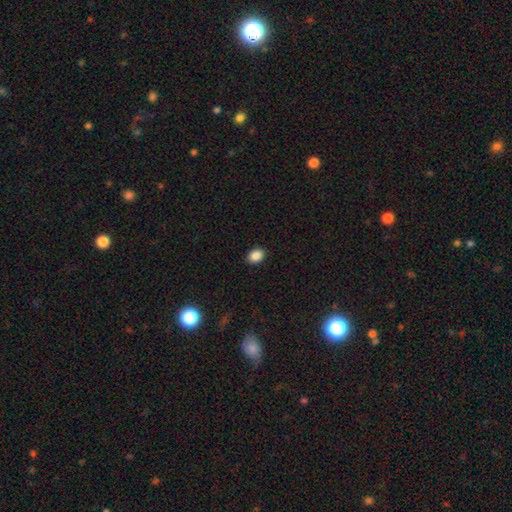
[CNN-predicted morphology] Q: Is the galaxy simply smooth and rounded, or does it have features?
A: smooth — 88%.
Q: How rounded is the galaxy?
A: in between — 69%.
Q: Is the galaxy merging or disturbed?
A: none — 90%.